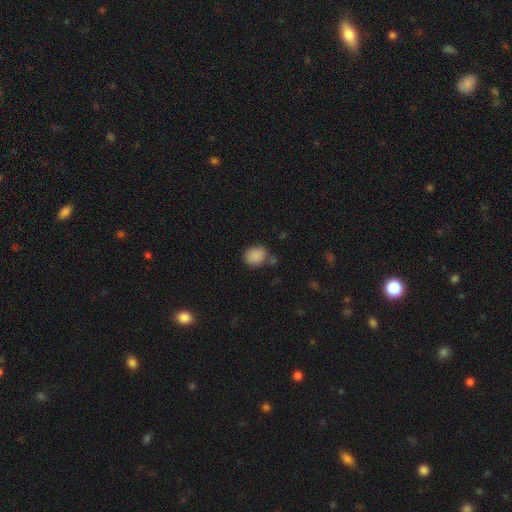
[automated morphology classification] Smooth or featured: smooth — 87% (star or artifact — 9%)
How rounded: in between — 51% (round — 48%)
Merging: none — 70% (minor disturbance — 16%)